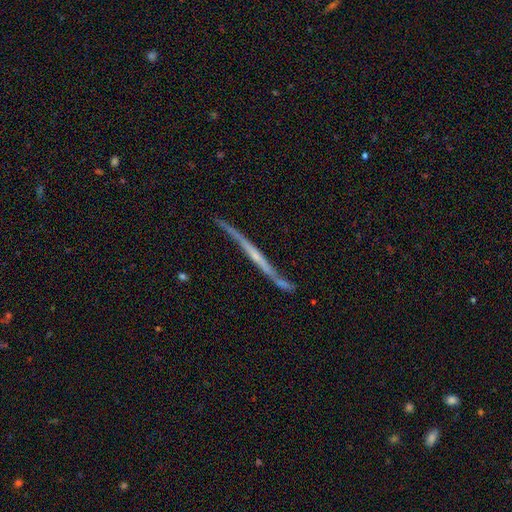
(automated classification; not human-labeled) smooth_or_featured: featured or disk (p=0.78) [alt: smooth p=0.15]
disk_edge_on: yes (p=0.95) [alt: no p=0.05]
edge_on_bulge: none (p=0.57) [alt: rounded p=0.35]
merging: none (p=0.77) [alt: minor disturbance p=0.16]